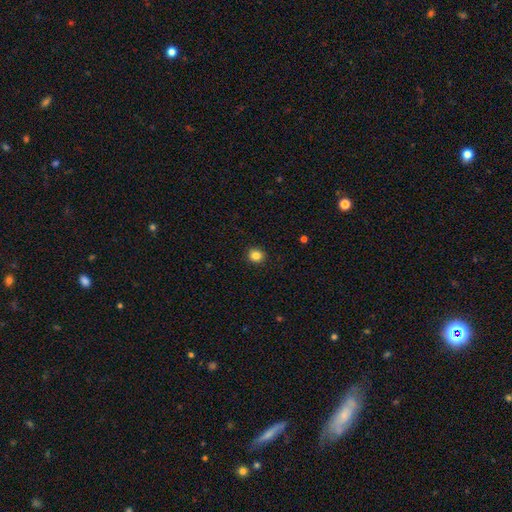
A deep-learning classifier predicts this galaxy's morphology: A smooth galaxy with no disk features (84%) that is round (85%).

Vote fractions:
- Smooth or featured? smooth: 84% / star or artifact: 11% / featured or disk: 5%
- How rounded? round: 85% / in between: 14% / cigar-shaped: 1%
- Merging? none: 91% / minor disturbance: 6% / major disturbance: 2% / merger: 1%